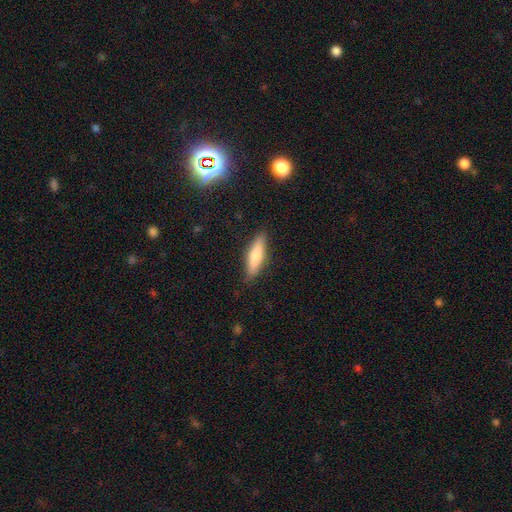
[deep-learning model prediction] The model was most divided on "how rounded": cigar-shaped: 65%, in between: 34%, round: 2%. More confident: merging — none (85%); smooth or featured — smooth (74%).